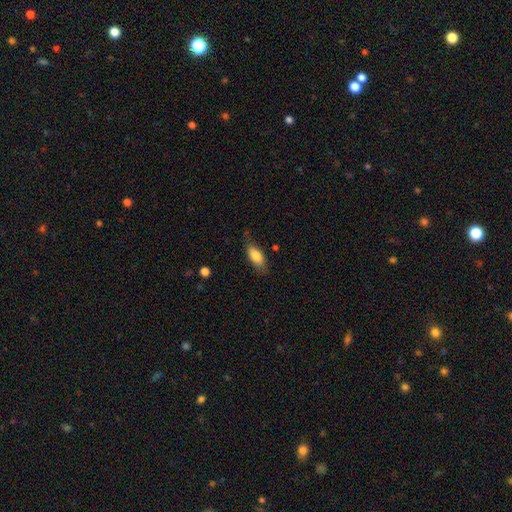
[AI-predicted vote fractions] Q: Smooth or featured?
A: smooth (80%); runner-up: featured or disk (13%)
Q: How rounded?
A: in between (81%); runner-up: cigar-shaped (16%)
Q: Merging?
A: none (71%); runner-up: minor disturbance (22%)